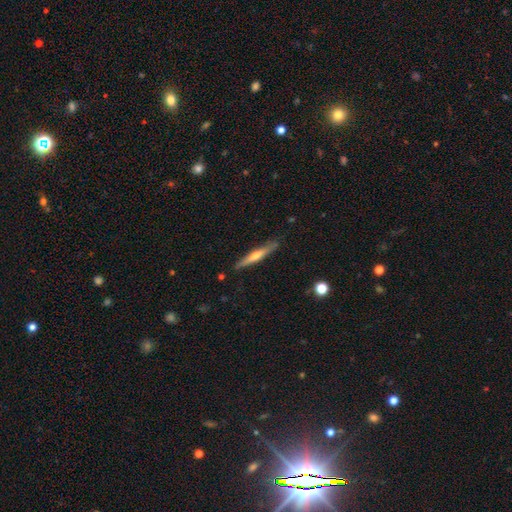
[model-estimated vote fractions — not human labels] Smooth or featured: featured or disk — 56% (smooth — 38%)
Edge-on disk: yes — 96% (no — 4%)
Edge-on bulge: rounded — 77% (none — 18%)
Merging: none — 88% (minor disturbance — 9%)